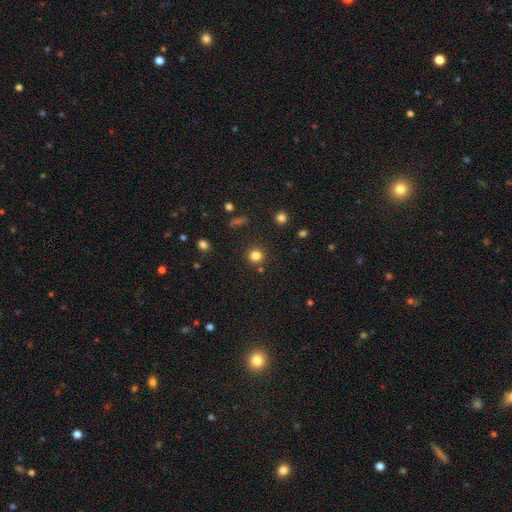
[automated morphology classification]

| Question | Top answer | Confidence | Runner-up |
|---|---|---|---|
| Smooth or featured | smooth | 81% | star or artifact (14%) |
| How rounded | round | 93% | in between (6%) |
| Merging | none | 86% | minor disturbance (7%) |